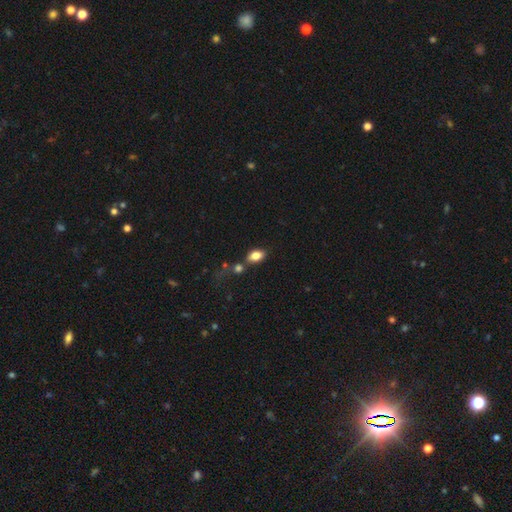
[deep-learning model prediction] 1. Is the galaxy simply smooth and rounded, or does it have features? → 82% smooth, 10% featured or disk, 9% star or artifact.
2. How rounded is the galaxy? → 87% in between, 10% round, 3% cigar-shaped.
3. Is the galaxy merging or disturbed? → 65% none, 17% merger, 13% minor disturbance, 5% major disturbance.